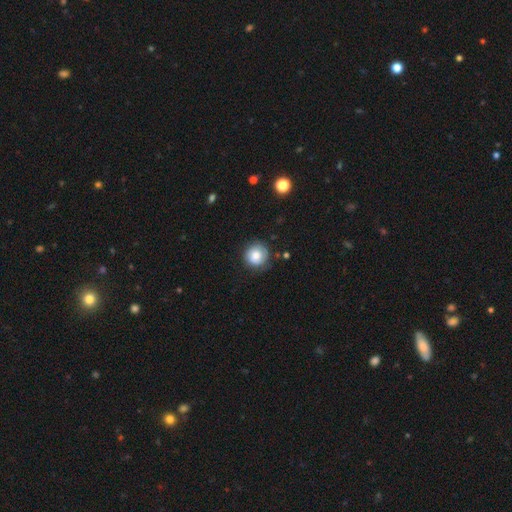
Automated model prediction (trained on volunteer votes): This is likely a smooth galaxy (77%). How rounded: clearly round (92%). Merging: likely none (77%).